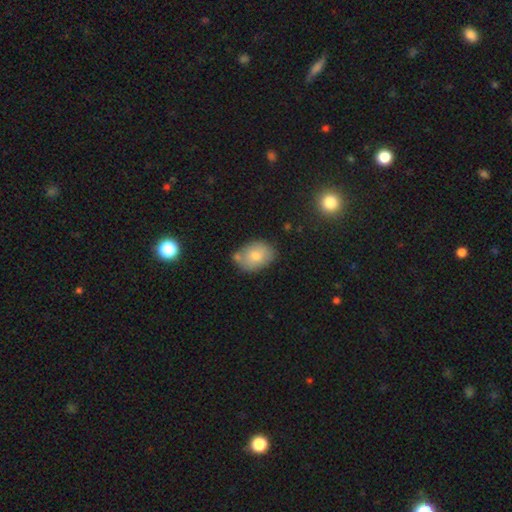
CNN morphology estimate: Q: Smooth or featured?
A: smooth (76%); runner-up: featured or disk (16%)
Q: How rounded?
A: in between (77%); runner-up: round (22%)
Q: Merging?
A: none (63%); runner-up: minor disturbance (20%)